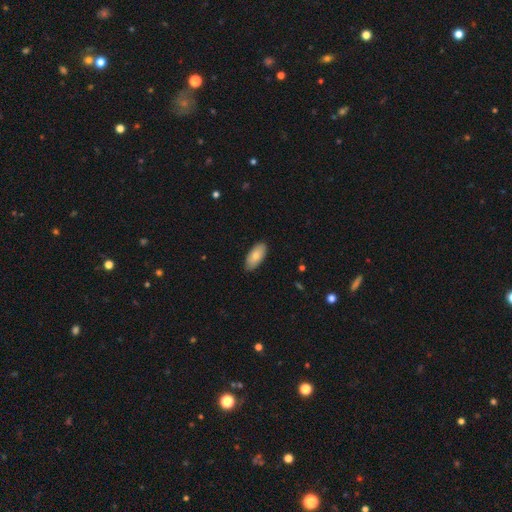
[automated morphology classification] smooth 77%, featured or disk 17%, star or artifact 6%. Down the decision tree: how rounded — in between (91%); merging — none (85%).